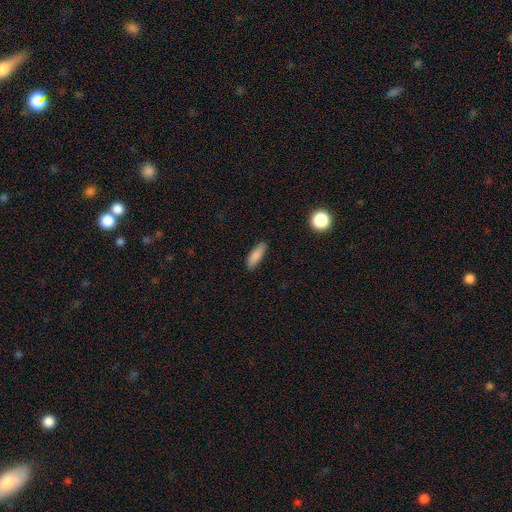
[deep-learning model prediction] Morphology: type=smooth (86%); roundness=in between (50%); merging=none (84%).